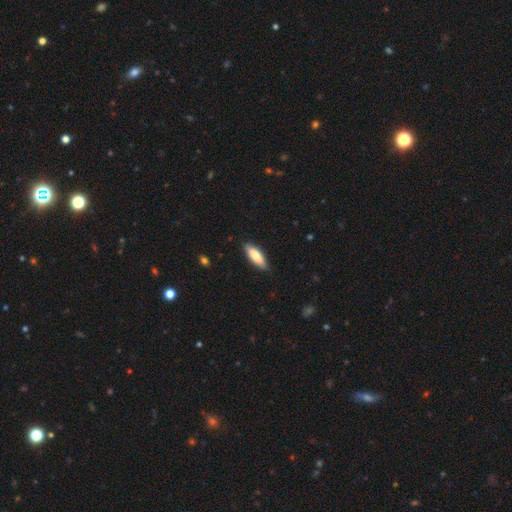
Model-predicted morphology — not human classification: A smooth galaxy with no disk features (78%) that is in between round and cigar-shaped (60%). Merging: none (86%).